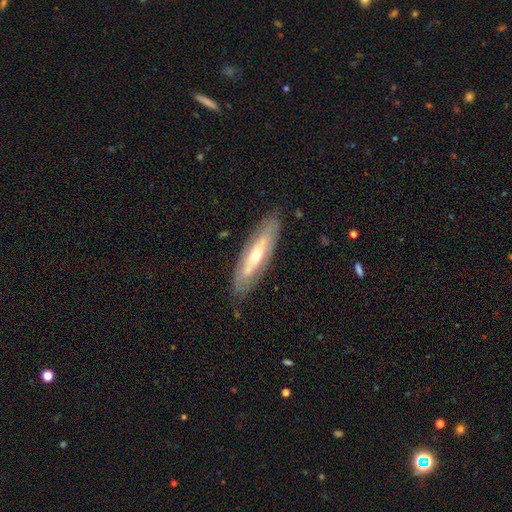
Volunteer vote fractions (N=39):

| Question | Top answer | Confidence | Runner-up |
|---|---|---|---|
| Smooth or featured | featured or disk | 82% | smooth (15%) |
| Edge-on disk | no | 69% | yes (31%) |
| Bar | no | 59% | strong (23%) |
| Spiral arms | no | 68% | yes (32%) |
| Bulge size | small | 45% | moderate (32%) |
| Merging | none | 82% | minor disturbance (11%) |